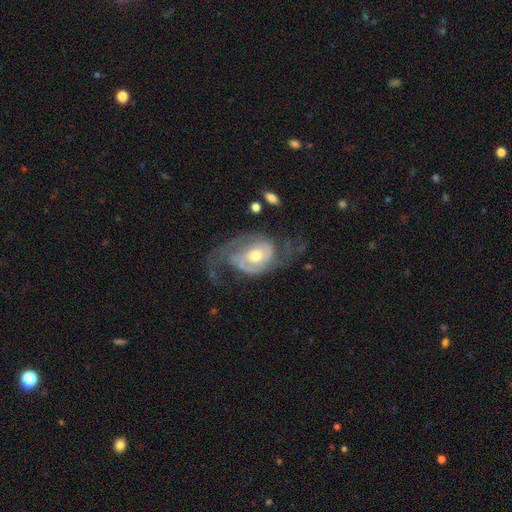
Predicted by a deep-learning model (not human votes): featured or disk 84%, smooth 11%, star or artifact 5%. Down the decision tree: edge-on disk — no (97%); bar — no (65%); spiral arms — yes (93%); spiral arm count — 2 (69%); spiral winding — medium (43%); bulge size — moderate (70%); merging — none (46%).